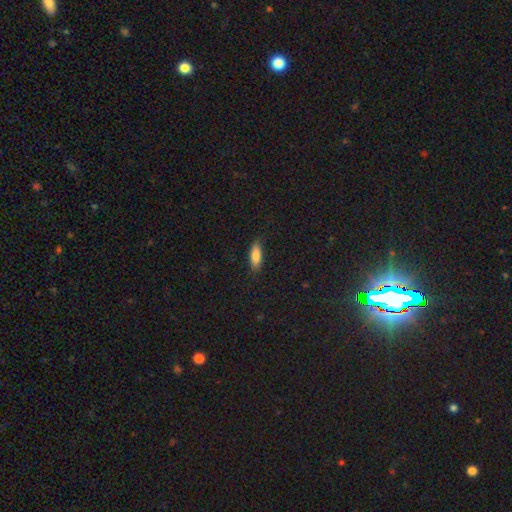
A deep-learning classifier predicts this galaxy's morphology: A smooth galaxy with no disk features (82%) that is in between round and cigar-shaped (63%).

Vote fractions:
- Smooth or featured? smooth: 82% / featured or disk: 11% / star or artifact: 7%
- How rounded? in between: 63% / cigar-shaped: 35% / round: 2%
- Merging? none: 84% / minor disturbance: 12% / major disturbance: 3% / merger: 1%